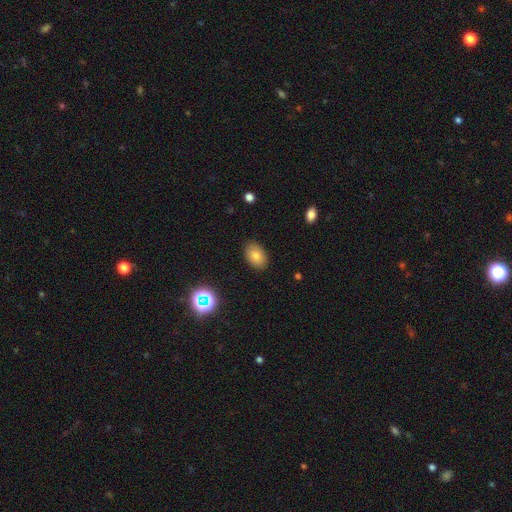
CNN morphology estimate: Smooth or featured? Predicted: smooth (p=0.78). How rounded? Predicted: in between (p=0.86). Merging? Predicted: none (p=0.87).